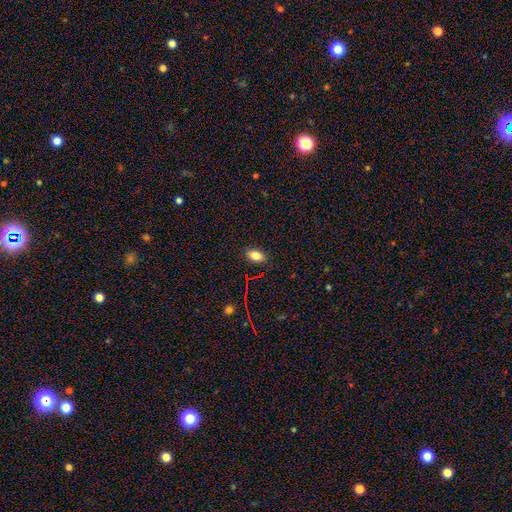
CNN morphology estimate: Smooth or featured? Predicted: smooth (p=0.80). How rounded? Predicted: in between (p=0.89). Merging? Predicted: none (p=0.87).